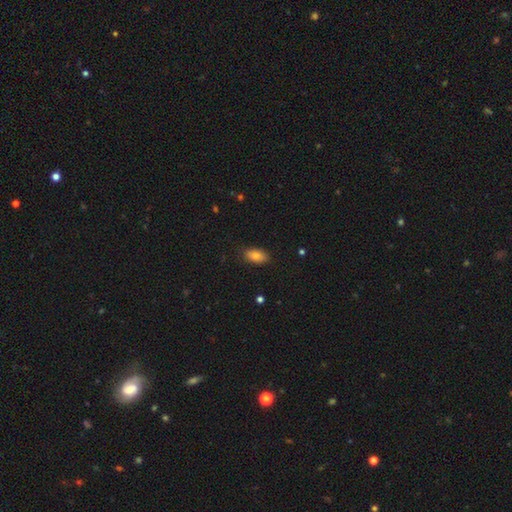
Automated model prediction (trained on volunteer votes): Smooth or featured? smooth (81%)
How rounded? in between (91%)
Merging? none (85%)